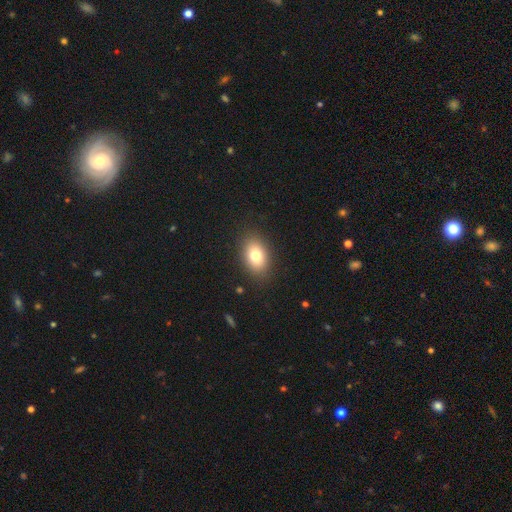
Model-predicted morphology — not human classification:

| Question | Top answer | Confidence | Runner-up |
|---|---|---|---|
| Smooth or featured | smooth | 78% | featured or disk (12%) |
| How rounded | in between | 82% | round (17%) |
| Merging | none | 87% | minor disturbance (9%) |